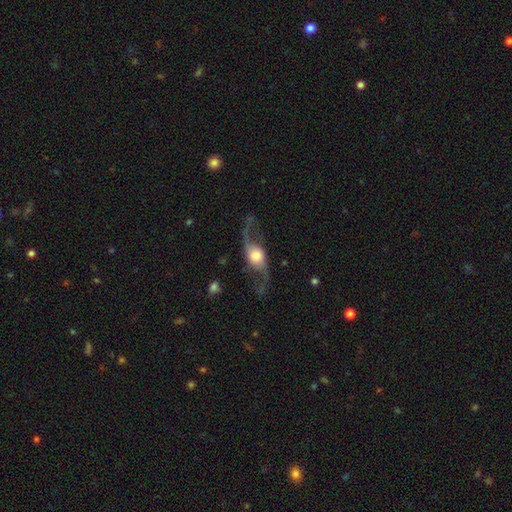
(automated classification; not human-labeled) Smooth or featured: featured or disk — 82% (smooth — 12%)
Edge-on disk: no — 86% (yes — 14%)
Bar: no — 62% (weak — 27%)
Spiral arms: yes — 94% (no — 6%)
Spiral winding: loose — 88% (medium — 10%)
Spiral arm count: 2 — 94% (1 — 2%)
Bulge size: large — 46% (moderate — 27%)
Merging: none — 68% (minor disturbance — 15%)